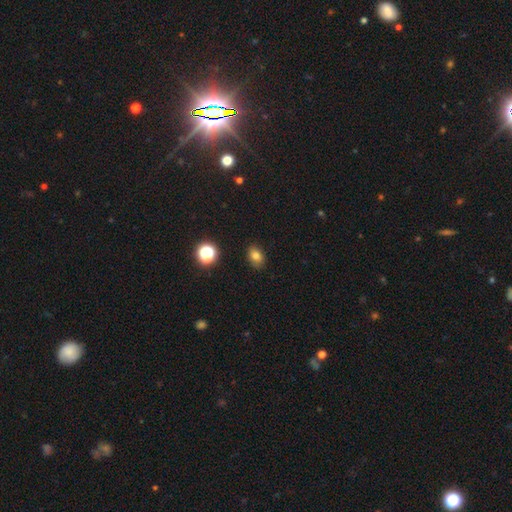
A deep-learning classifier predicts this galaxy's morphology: smooth 78%, star or artifact 14%, featured or disk 8%. Down the decision tree: how rounded — in between (74%); merging — none (85%).